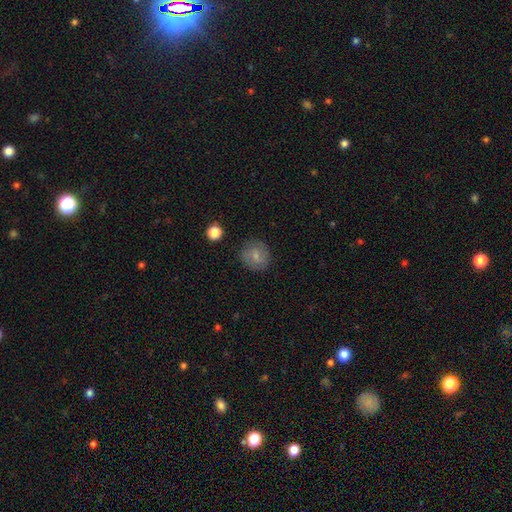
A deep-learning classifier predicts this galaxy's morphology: A smooth galaxy with no disk features (67%) that is round (83%). Merging: none (83%).